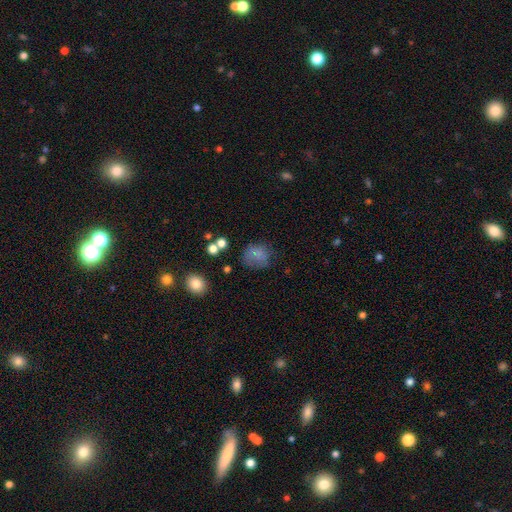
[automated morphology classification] smooth_or_featured: smooth (p=0.69) [alt: star or artifact p=0.18]
how_rounded: round (p=0.63) [alt: in between p=0.35]
merging: none (p=0.55) [alt: minor disturbance p=0.26]